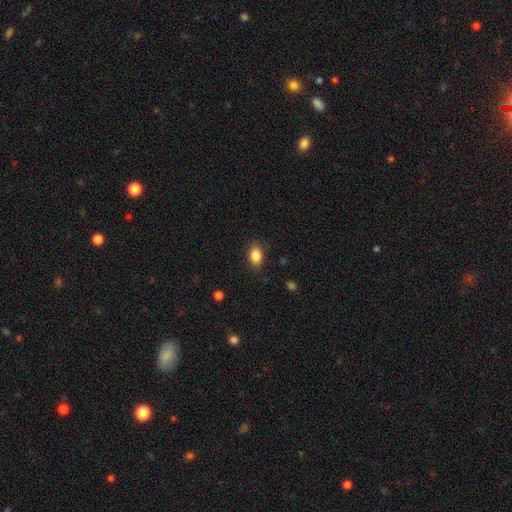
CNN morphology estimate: This is clearly a smooth galaxy (86%). How rounded: clearly in between (82%). Merging: clearly none (83%).